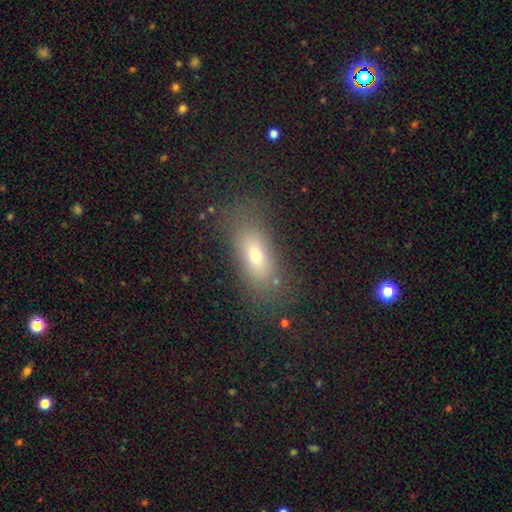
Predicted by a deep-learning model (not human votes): The model was most divided on "smooth or featured": smooth: 63%, featured or disk: 19%, star or artifact: 18%. More confident: merging — none (76%); how rounded — in between (70%).